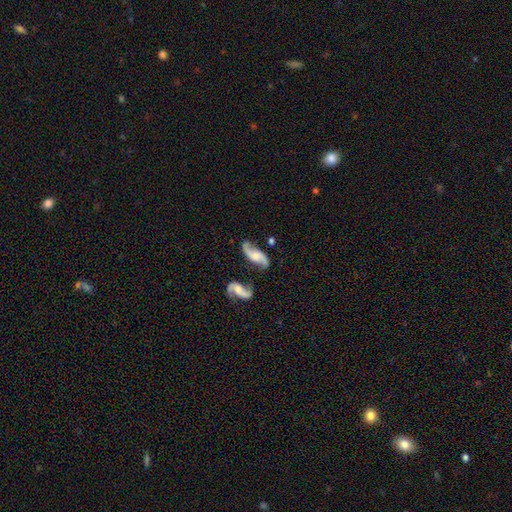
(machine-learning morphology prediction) type=featured or disk (82%); edge-on=no (94%); bar=no (58%); spiral arms=yes (96%); winding=loose (65%); arm count=2 (92%); bulge=moderate (36%); merging=none (64%).